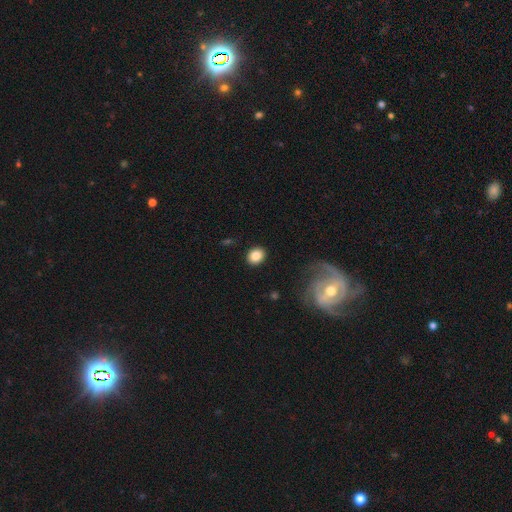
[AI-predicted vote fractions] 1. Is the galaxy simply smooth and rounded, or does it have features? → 83% smooth, 9% star or artifact, 8% featured or disk.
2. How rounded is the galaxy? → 62% round, 37% in between, 1% cigar-shaped.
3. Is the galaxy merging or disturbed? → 89% none, 7% minor disturbance, 2% major disturbance, 1% merger.